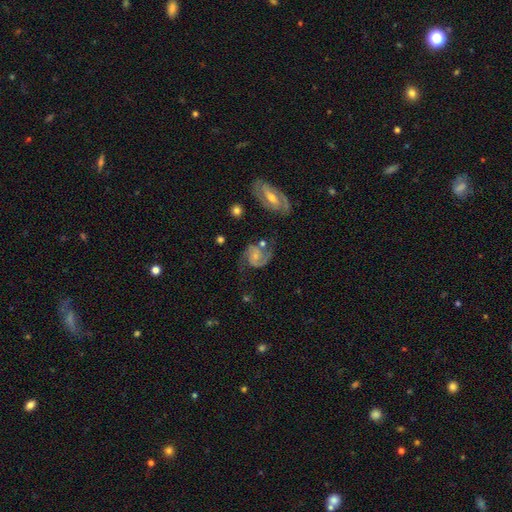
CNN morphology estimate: Smooth or featured? featured or disk (85%)
Edge-on disk? no (98%)
Bar? no (57%)
Spiral arms? yes (96%)
Spiral winding? medium (56%)
Spiral arm count? 2 (90%)
Bulge size? small (59%)
Merging? none (57%)